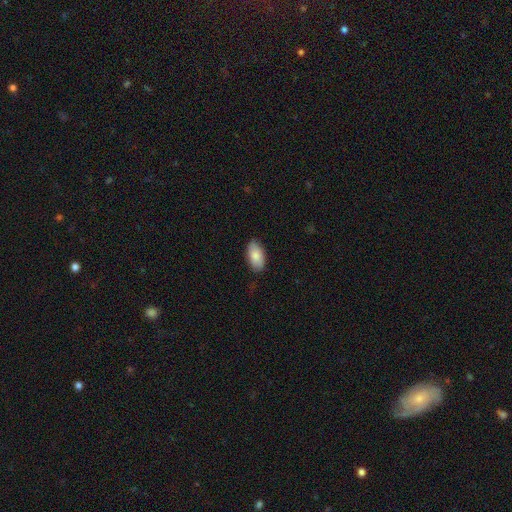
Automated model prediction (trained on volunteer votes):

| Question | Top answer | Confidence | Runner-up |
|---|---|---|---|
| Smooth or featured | smooth | 86% | featured or disk (8%) |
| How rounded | in between | 95% | cigar-shaped (3%) |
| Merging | none | 84% | minor disturbance (13%) |